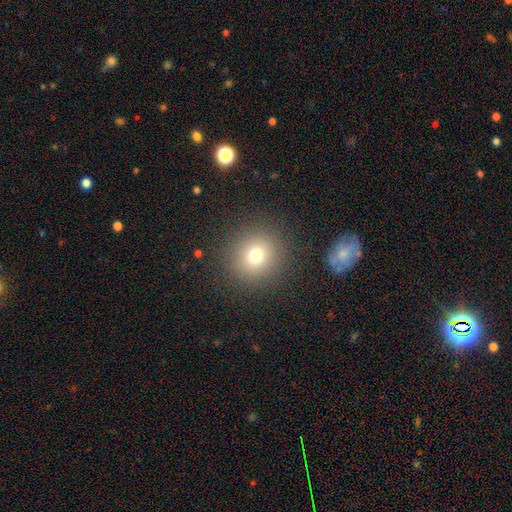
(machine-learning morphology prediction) This is likely a smooth galaxy (75%). How rounded: clearly round (91%). Merging: clearly none (89%).